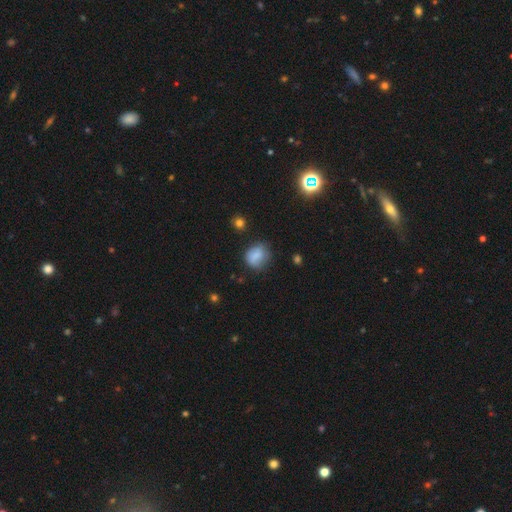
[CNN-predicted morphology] This is likely a smooth galaxy (78%). How rounded: likely round (66%). Merging: possibly none (59%).